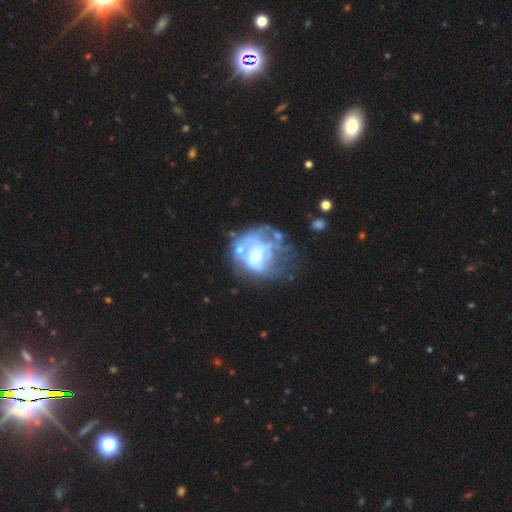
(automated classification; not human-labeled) The model was most divided on "merging": major disturbance: 36%, none: 29%, minor disturbance: 18%, merger: 17%. More confident: edge-on disk — no (98%); bar — no (79%); spiral arms — no (76%); smooth or featured — featured or disk (63%); bulge size — moderate (51%).